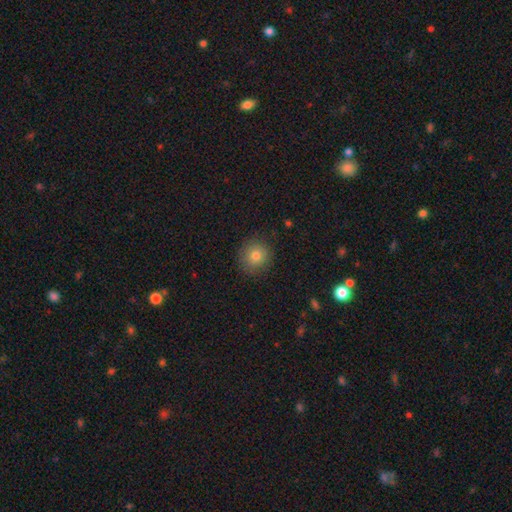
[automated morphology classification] Overall: smooth (80%). How rounded: round (90%). Merging: none (87%).